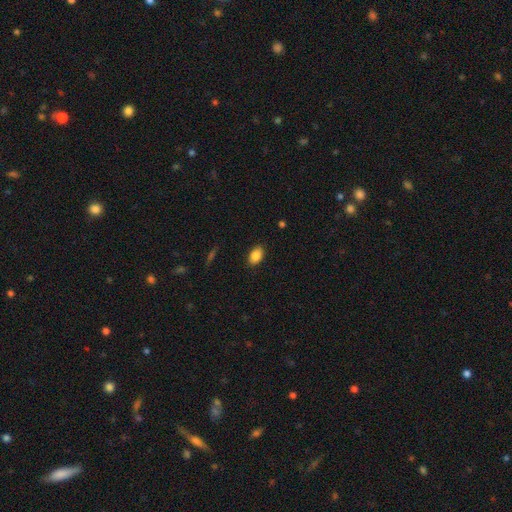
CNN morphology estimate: smooth 86%, star or artifact 8%, featured or disk 6%. Down the decision tree: how rounded — in between (89%); merging — none (87%).